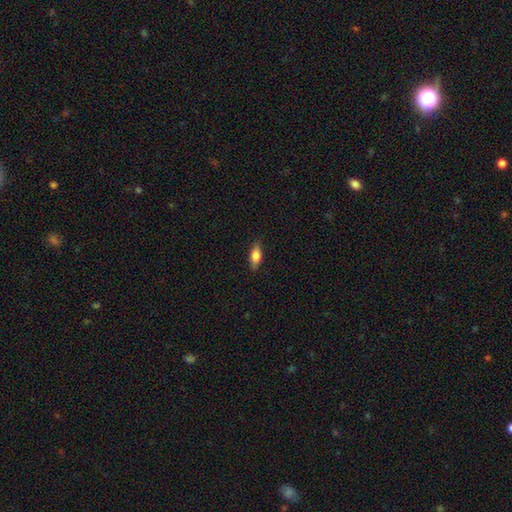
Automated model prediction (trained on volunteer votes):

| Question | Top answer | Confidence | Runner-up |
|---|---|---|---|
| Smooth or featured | smooth | 73% | featured or disk (20%) |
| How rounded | in between | 73% | cigar-shaped (23%) |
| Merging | none | 86% | minor disturbance (11%) |